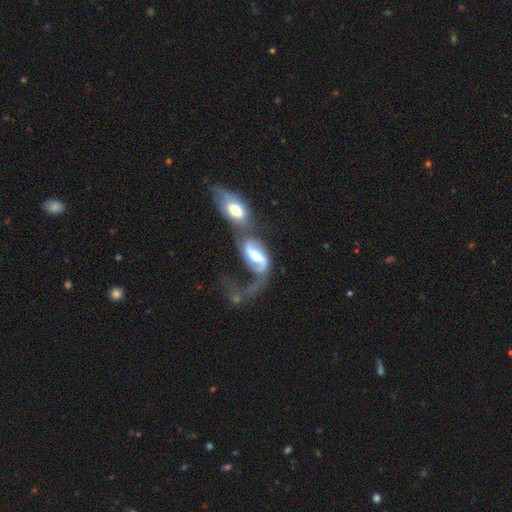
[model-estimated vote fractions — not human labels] Smooth or featured? Predicted: featured or disk (p=0.85). Edge-on disk? Predicted: no (p=0.96). Bar? Predicted: strong (p=0.48). Spiral arms? Predicted: yes (p=0.94). Spiral winding? Predicted: loose (p=0.67). Spiral arm count? Predicted: 2 (p=0.78). Bulge size? Predicted: moderate (p=0.64). Merging? Predicted: merger (p=0.57).